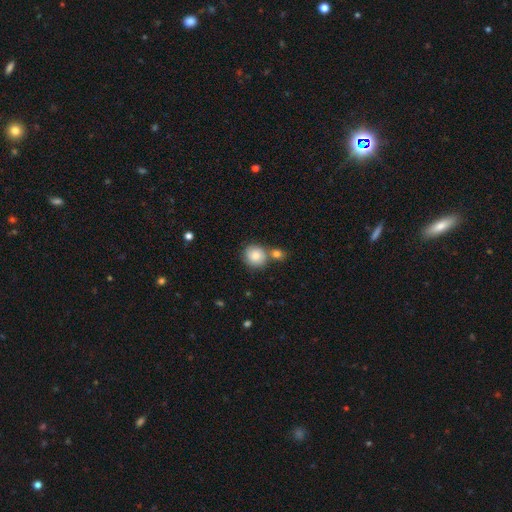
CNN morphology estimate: Smooth or featured? smooth (83%)
How rounded? round (86%)
Merging? none (57%)